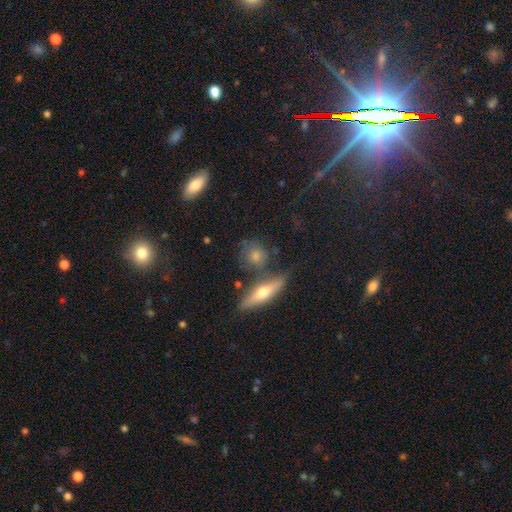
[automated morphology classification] smooth_or_featured: smooth (p=0.61) [alt: featured or disk p=0.28]
how_rounded: round (p=0.59) [alt: in between p=0.29]
merging: none (p=0.63) [alt: merger p=0.16]